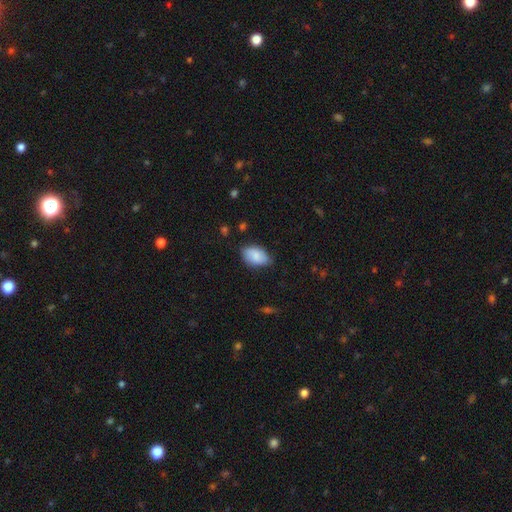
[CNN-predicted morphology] smooth-or-featured: smooth: 82% | featured or disk: 12% | star or artifact: 7%
  how-rounded: in between: 89% | round: 9% | cigar-shaped: 1%
  merging: none: 68% | minor disturbance: 27% | major disturbance: 4% | merger: 1%